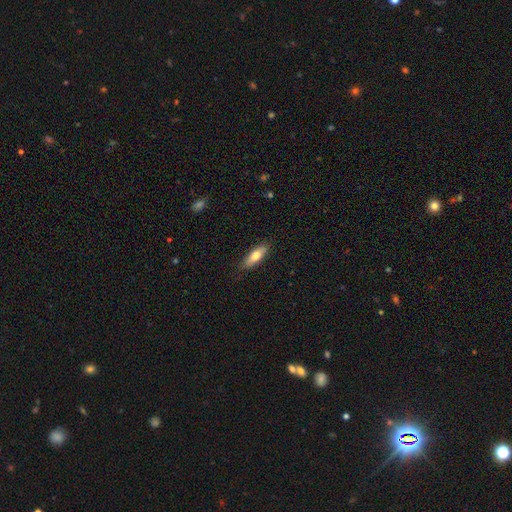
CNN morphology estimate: smooth_or_featured: smooth (p=0.68) [alt: featured or disk p=0.26]
how_rounded: in between (p=0.54) [alt: cigar-shaped p=0.43]
merging: none (p=0.85) [alt: minor disturbance p=0.12]